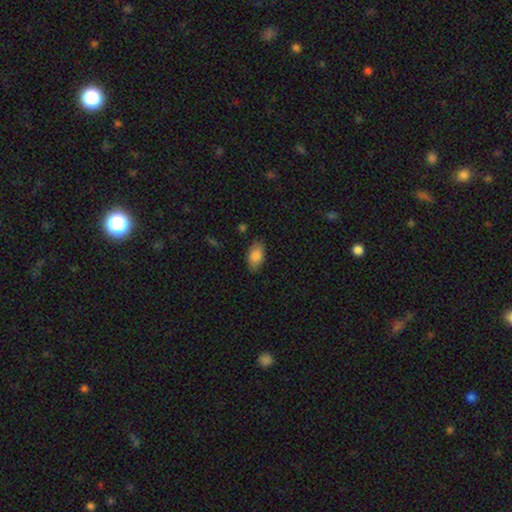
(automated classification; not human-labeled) Smooth or featured: smooth — 86% (star or artifact — 7%)
How rounded: in between — 93% (round — 4%)
Merging: none — 82% (minor disturbance — 14%)